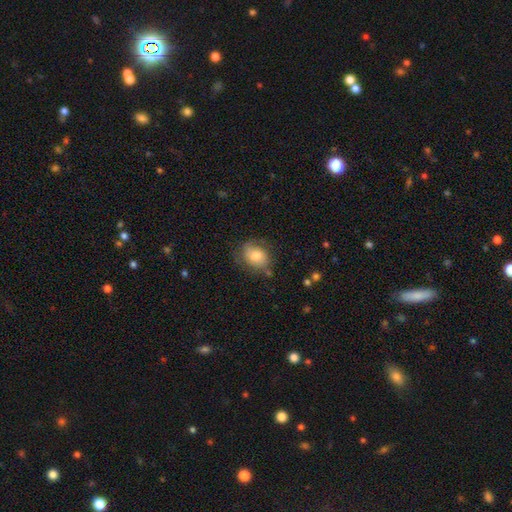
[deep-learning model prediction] smooth_or_featured: smooth (p=0.60) [alt: featured or disk p=0.32]
how_rounded: in between (p=0.54) [alt: round p=0.45]
merging: none (p=0.61) [alt: minor disturbance p=0.25]